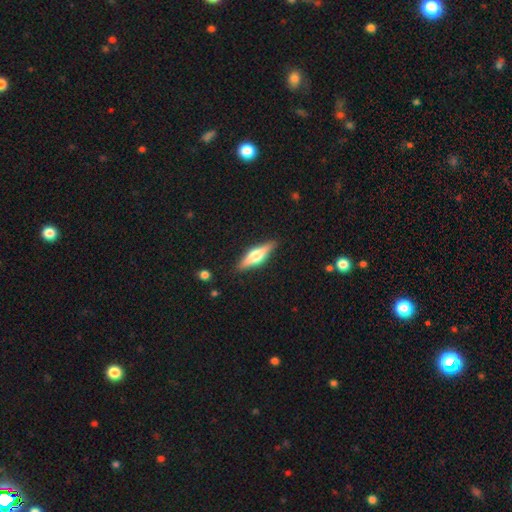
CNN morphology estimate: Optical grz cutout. It shows a featured or disk galaxy (57%) viewed edge-on (95%) with a rounded central bulge (91%). Merging: none (88%).